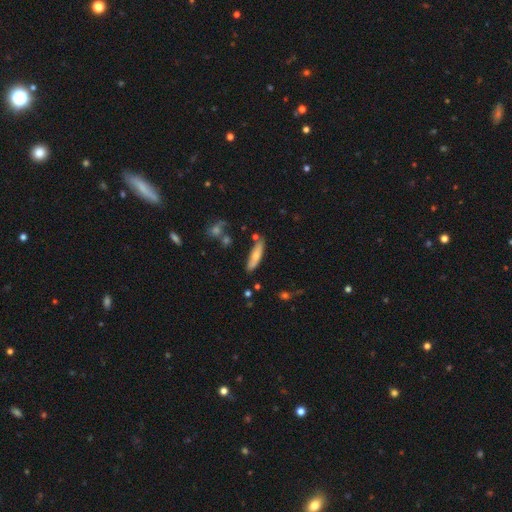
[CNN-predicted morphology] Overall: smooth (71%). How rounded: cigar-shaped (73%). Merging: none (76%).